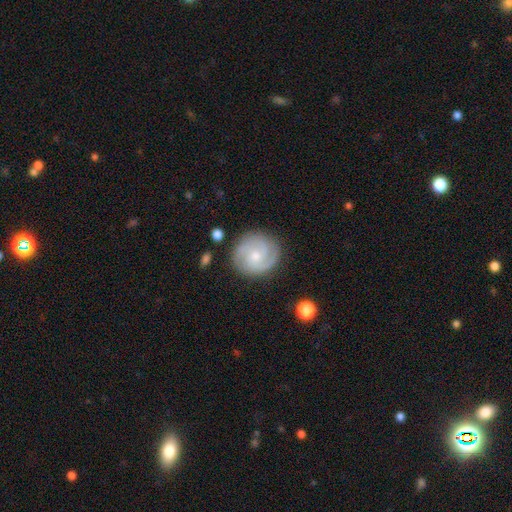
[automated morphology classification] smooth-or-featured: featured or disk: 83% | smooth: 12% | star or artifact: 5%
  disk-edge-on: no: 98% | yes: 2%
    bar: no: 65% | weak: 30% | strong: 4%
    has-spiral-arms: yes: 97% | no: 3%
      spiral-winding: tight: 55% | medium: 38% | loose: 7%
      spiral-arm-count: 2: 43% | 3: 37% | can't tell: 9% | 4: 5% | 1: 3% | more than 4: 3%
    bulge-size: small: 64% | moderate: 32% | none: 2% | large: 1% | dominant: 1%
  merging: none: 85% | minor disturbance: 10% | major disturbance: 3% | merger: 1%